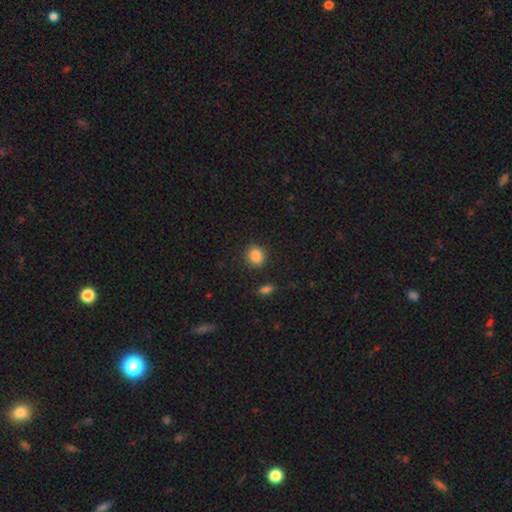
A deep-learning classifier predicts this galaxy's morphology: smooth 86%, star or artifact 9%, featured or disk 4%. Down the decision tree: how rounded — round (62%); merging — none (86%).